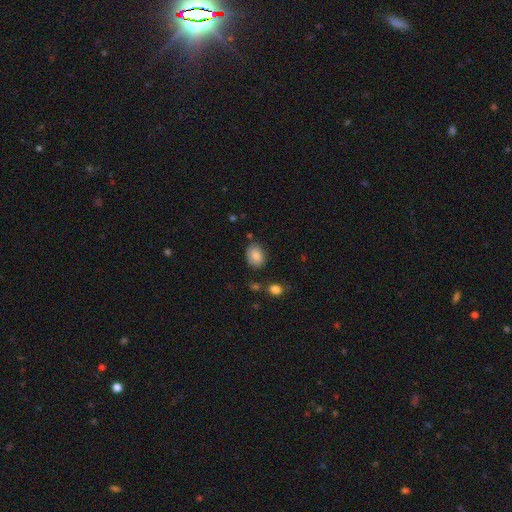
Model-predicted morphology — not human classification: Smooth or featured: smooth — 83% (featured or disk — 9%)
How rounded: in between — 70% (round — 29%)
Merging: none — 78% (minor disturbance — 16%)